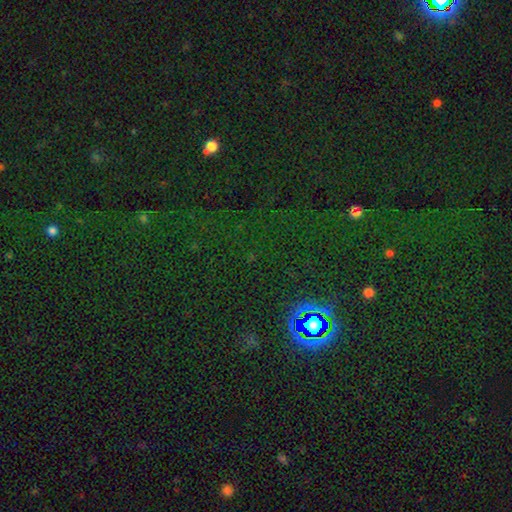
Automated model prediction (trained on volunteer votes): Smooth or featured? star or artifact (79%)